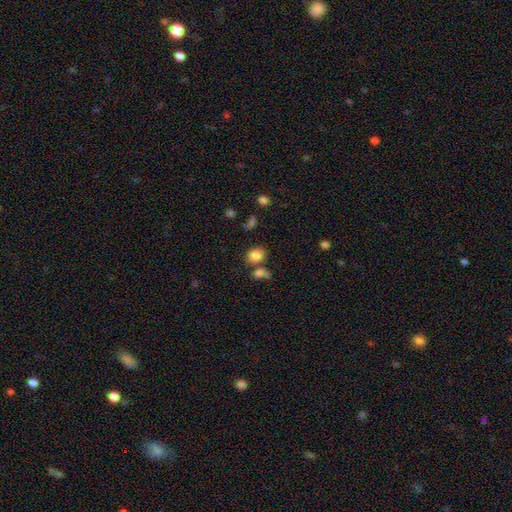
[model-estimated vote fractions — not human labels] Smooth or featured? Predicted: smooth (p=0.83). How rounded? Predicted: round (p=0.56). Merging? Predicted: none (p=0.64).